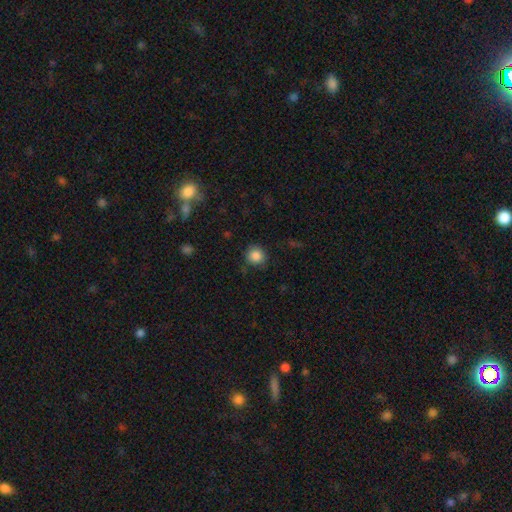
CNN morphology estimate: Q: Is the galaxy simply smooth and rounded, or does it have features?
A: smooth — 87%.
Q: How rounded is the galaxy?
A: round — 92%.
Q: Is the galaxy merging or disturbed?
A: none — 85%.